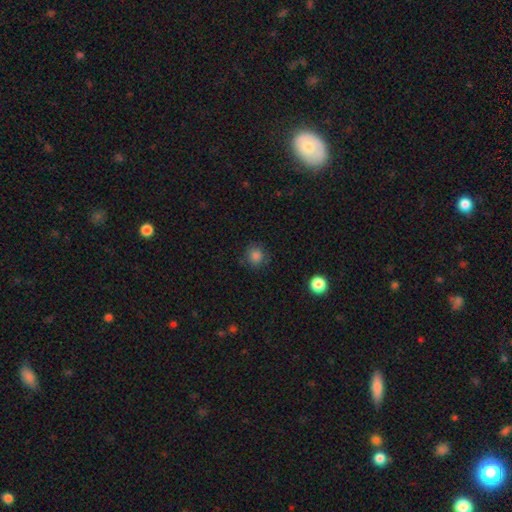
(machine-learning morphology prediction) smooth-or-featured: smooth: 84% | star or artifact: 12% | featured or disk: 4%
  how-rounded: round: 89% | in between: 10% | cigar-shaped: 1%
  merging: none: 82% | minor disturbance: 12% | major disturbance: 4% | merger: 1%